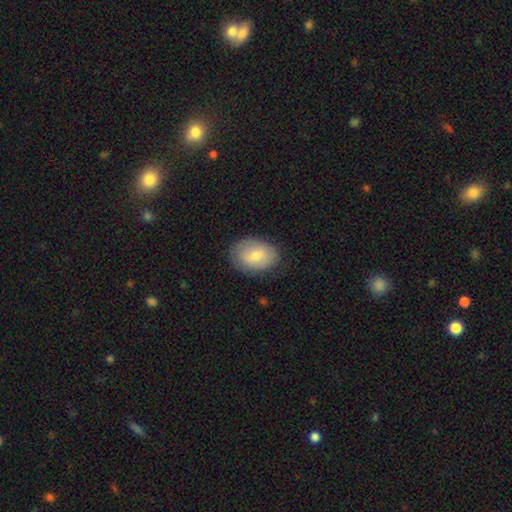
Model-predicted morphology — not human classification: Smooth or featured?
  - smooth: 69% *
  - featured or disk: 24%
  - star or artifact: 7%
How rounded?
  - in between: 76% *
  - round: 23%
  - cigar-shaped: 1%
Merging?
  - none: 81% *
  - minor disturbance: 14%
  - major disturbance: 4%
  - merger: 1%